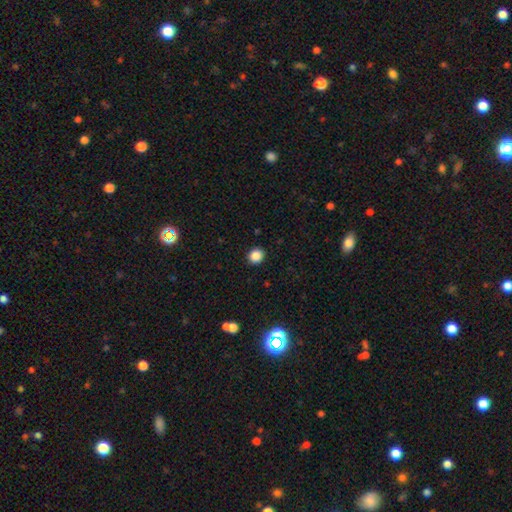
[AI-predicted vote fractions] This is clearly a smooth galaxy (86%). How rounded: clearly round (85%). Merging: clearly none (91%).